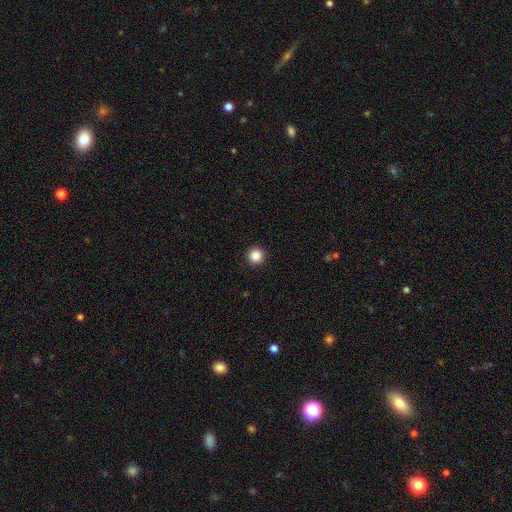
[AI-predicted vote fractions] A smooth galaxy with no disk features (87%) that is round (96%).

Vote fractions:
- Smooth or featured? smooth: 87% / star or artifact: 10% / featured or disk: 3%
- How rounded? round: 96% / in between: 3% / cigar-shaped: 1%
- Merging? none: 93% / minor disturbance: 4% / major disturbance: 2% / merger: 1%